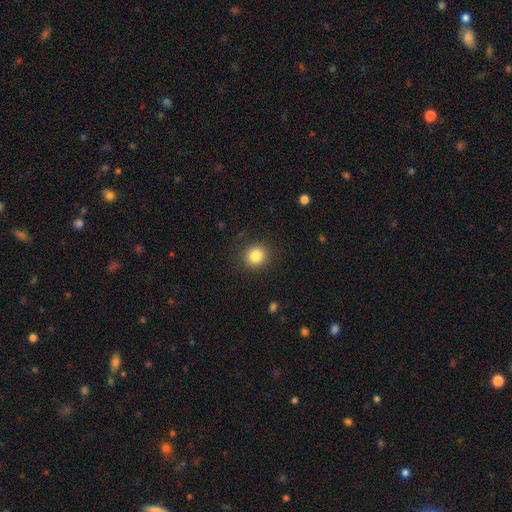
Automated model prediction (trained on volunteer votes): This is clearly a smooth galaxy (84%). How rounded: clearly round (88%). Merging: clearly none (90%).